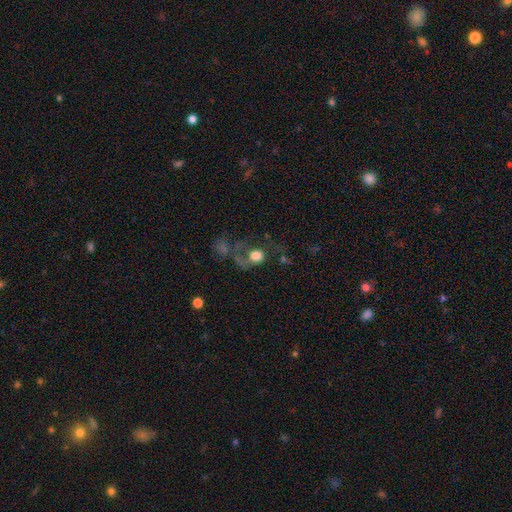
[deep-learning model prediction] smooth-or-featured: smooth: 62% | featured or disk: 24% | star or artifact: 14%
  how-rounded: round: 67% | in between: 32% | cigar-shaped: 1%
  merging: major disturbance: 39% | none: 25% | merger: 23% | minor disturbance: 13%